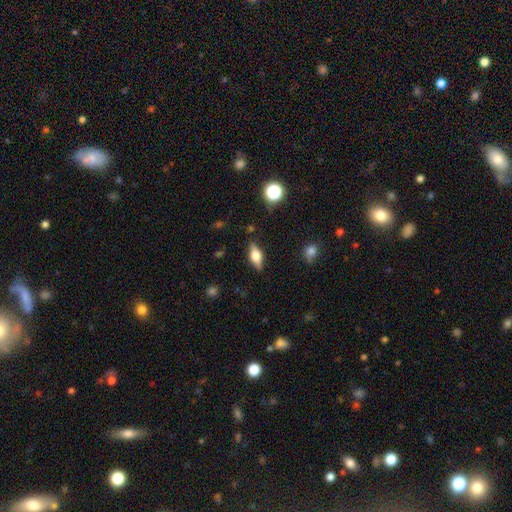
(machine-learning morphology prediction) Q: Smooth or featured?
A: featured or disk (52%); runner-up: smooth (39%)
Q: Edge-on disk?
A: yes (93%); runner-up: no (7%)
Q: Merging?
A: none (85%); runner-up: minor disturbance (11%)